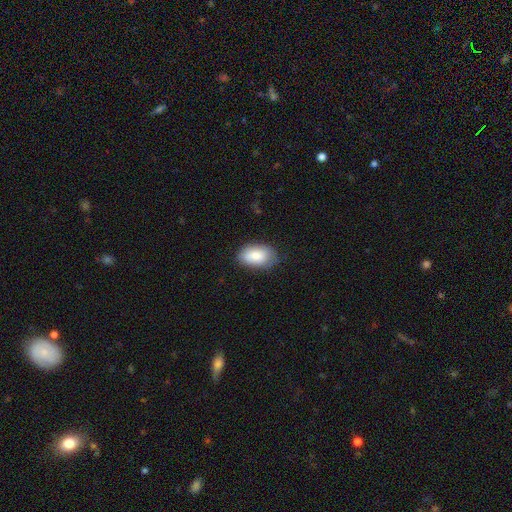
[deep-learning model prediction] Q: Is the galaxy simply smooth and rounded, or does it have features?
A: smooth — 85%.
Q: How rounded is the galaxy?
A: in between — 93%.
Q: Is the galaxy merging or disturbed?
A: none — 76%.